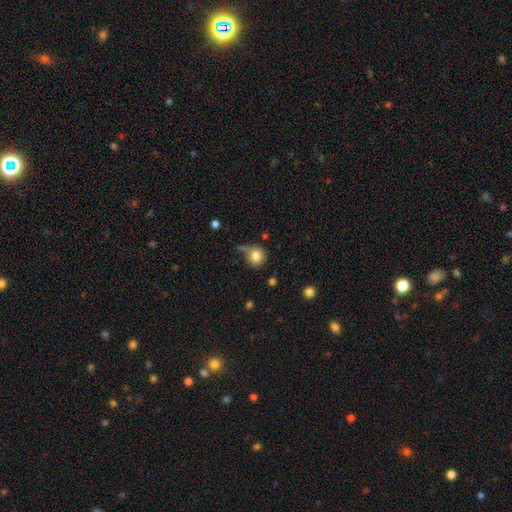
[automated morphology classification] Overall: smooth (80%). How rounded: round (90%). Merging: none (54%; minor disturbance 22%).